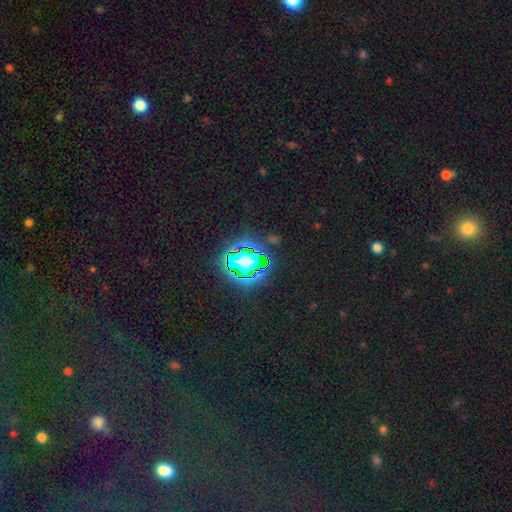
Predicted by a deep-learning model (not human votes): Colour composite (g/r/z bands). It shows a star or artifact, not a galaxy (82%).